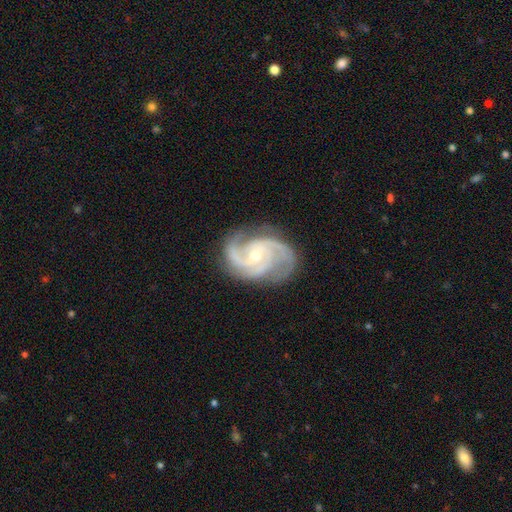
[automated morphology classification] Smooth or featured?
  - featured or disk: 93% *
  - star or artifact: 4%
  - smooth: 3%
Edge-on disk?
  - no: 98% *
  - yes: 2%
Bar?
  - no: 62% *
  - weak: 30%
  - strong: 9%
Spiral arms?
  - yes: 99% *
  - no: 1%
Spiral winding?
  - medium: 51% *
  - tight: 42%
  - loose: 7%
Spiral arm count?
  - 3: 60% *
  - 2: 19%
  - 4: 8%
  - can't tell: 5%
  - 1: 4%
  - more than 4: 4%
Bulge size?
  - small: 60% *
  - moderate: 38%
  - large: 1%
  - none: 1%
  - dominant: 1%
Merging?
  - none: 77% *
  - minor disturbance: 16%
  - major disturbance: 5%
  - merger: 1%